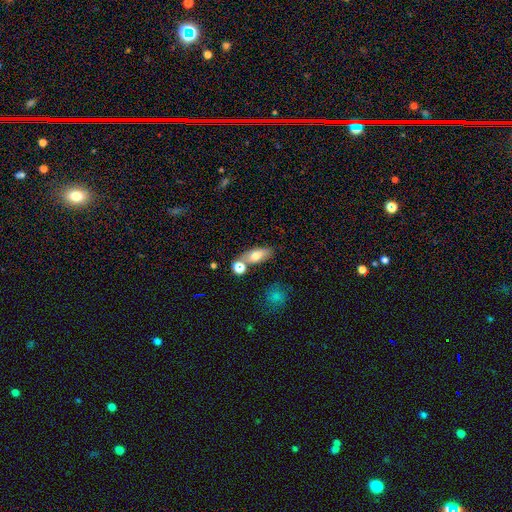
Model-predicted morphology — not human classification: Smooth or featured? smooth (71%)
How rounded? in between (78%)
Merging? none (62%)